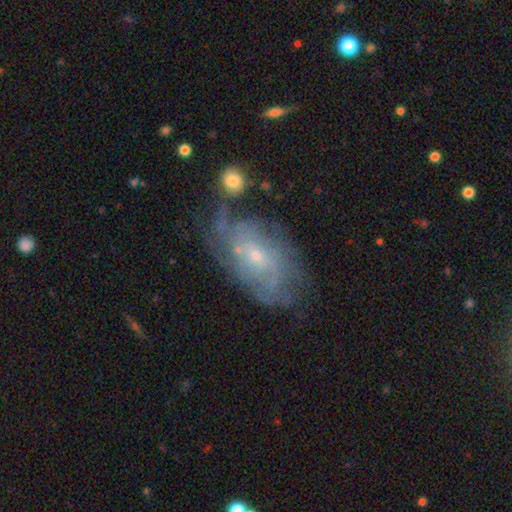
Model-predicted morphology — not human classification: Smooth or featured: featured or disk — 74% (smooth — 17%)
Edge-on disk: no — 95% (yes — 5%)
Bar: no — 69% (weak — 27%)
Spiral arms: yes — 83% (no — 17%)
Spiral winding: tight — 56% (medium — 31%)
Spiral arm count: can't tell — 56% (2 — 15%)
Bulge size: small — 72% (moderate — 24%)
Merging: none — 54% (minor disturbance — 24%)